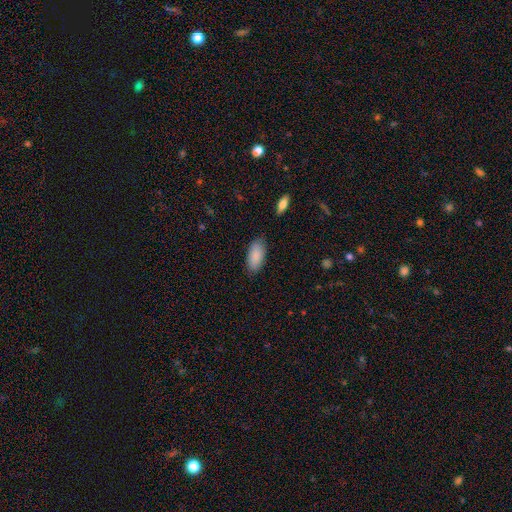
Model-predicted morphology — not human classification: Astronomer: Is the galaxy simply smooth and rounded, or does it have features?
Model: smooth — 89%.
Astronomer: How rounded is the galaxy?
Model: in between — 91%.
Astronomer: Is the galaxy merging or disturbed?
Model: none — 85%.